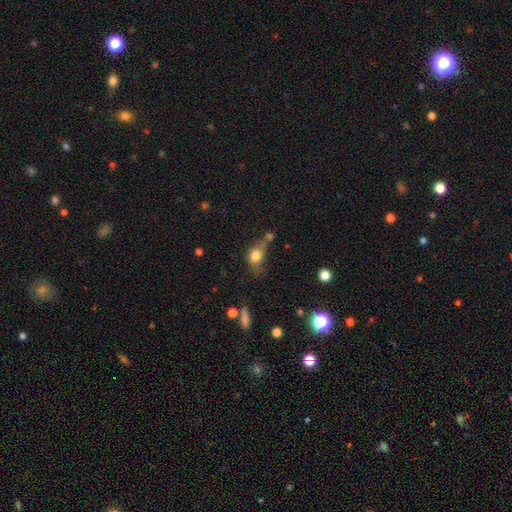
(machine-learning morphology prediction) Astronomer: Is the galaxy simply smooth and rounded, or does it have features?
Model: smooth — 76%.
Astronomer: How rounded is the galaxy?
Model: in between — 56% (runner-up: round, 41%).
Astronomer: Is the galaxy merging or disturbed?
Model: none — 34% (runner-up: minor disturbance, 27%).